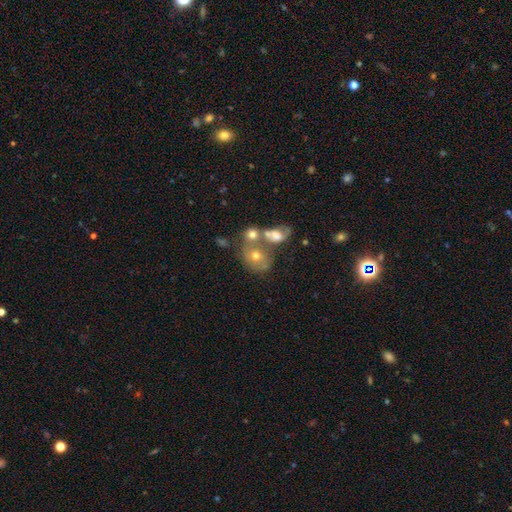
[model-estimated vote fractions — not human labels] smooth-or-featured: smooth: 56% | featured or disk: 31% | star or artifact: 13%
  how-rounded: round: 57% | in between: 42% | cigar-shaped: 1%
  merging: merger: 49% | none: 29% | minor disturbance: 12% | major disturbance: 10%